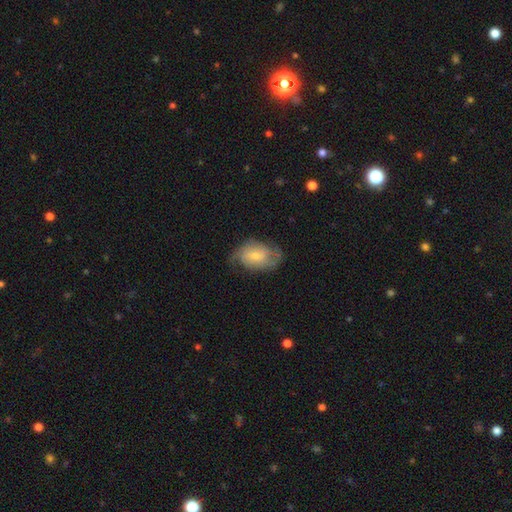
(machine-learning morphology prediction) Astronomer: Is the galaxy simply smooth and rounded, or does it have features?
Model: featured or disk — 60%.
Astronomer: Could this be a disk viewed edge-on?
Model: no — 96%.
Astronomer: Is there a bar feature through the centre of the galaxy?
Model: no — 56% (runner-up: weak, 37%).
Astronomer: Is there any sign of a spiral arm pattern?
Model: yes — 86%.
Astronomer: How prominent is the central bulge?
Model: small — 60%.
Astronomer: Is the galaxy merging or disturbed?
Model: none — 59%.